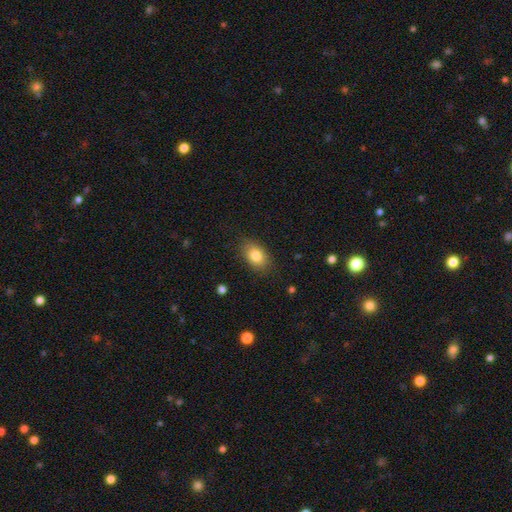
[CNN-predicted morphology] This is clearly a smooth galaxy (82%). How rounded: clearly in between (83%). Merging: clearly none (82%).